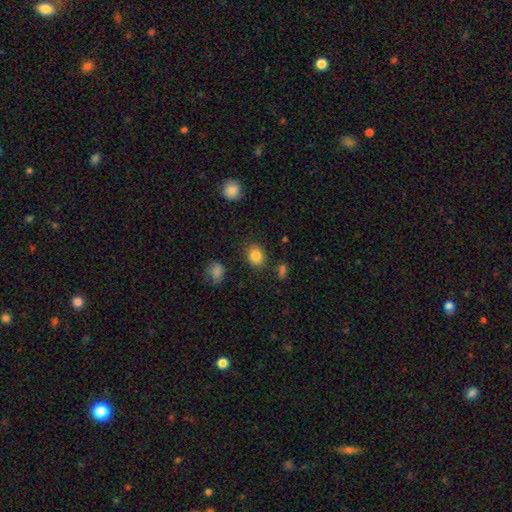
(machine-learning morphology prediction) smooth 84%, star or artifact 10%, featured or disk 6%. Down the decision tree: how rounded — round (56%); merging — none (84%).